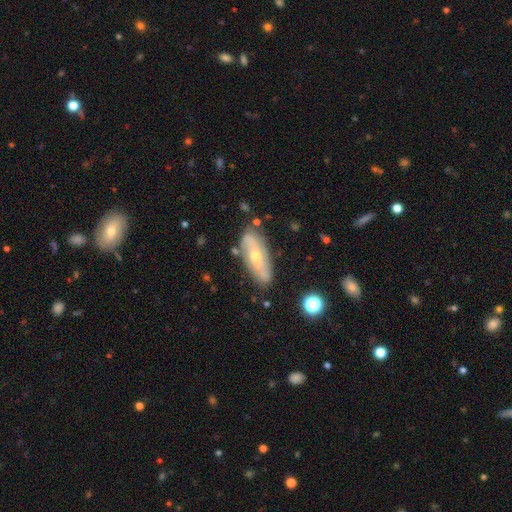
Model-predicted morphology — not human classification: This is possibly a featured or disk galaxy (58%). It is likely not viewed edge-on (74%). Merging: likely none (77%).